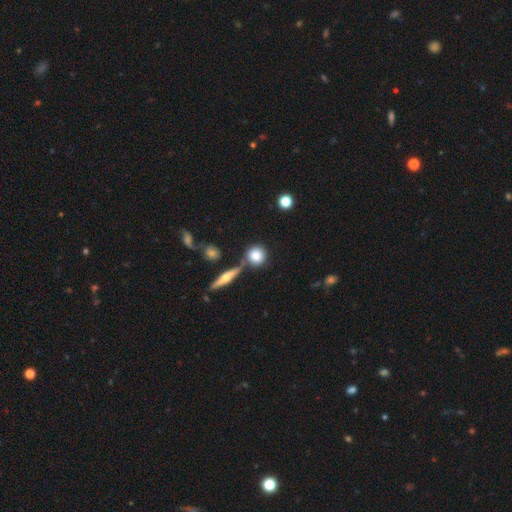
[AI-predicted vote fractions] Smooth or featured: smooth — 79% (featured or disk — 12%)
How rounded: round — 86% (in between — 11%)
Merging: none — 69% (merger — 16%)